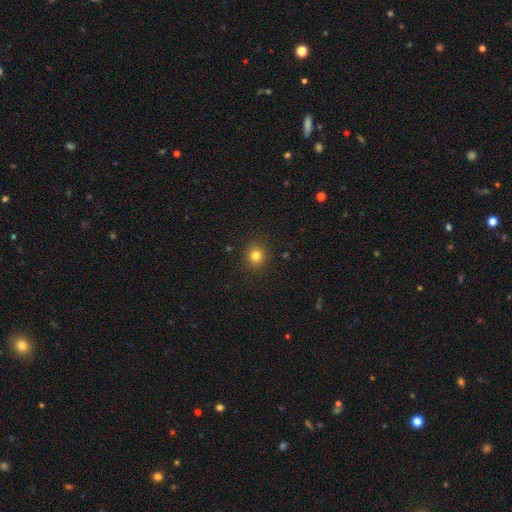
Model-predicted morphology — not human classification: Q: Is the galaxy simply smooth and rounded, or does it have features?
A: smooth — 81%.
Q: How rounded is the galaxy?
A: round — 88%.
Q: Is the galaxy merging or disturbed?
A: none — 90%.